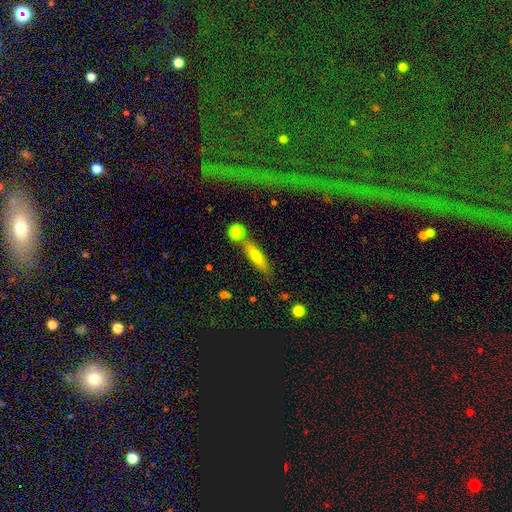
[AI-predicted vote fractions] smooth_or_featured: smooth (p=0.63) [alt: featured or disk p=0.28]
how_rounded: cigar-shaped (p=0.75) [alt: in between p=0.21]
merging: none (p=0.69) [alt: merger p=0.13]